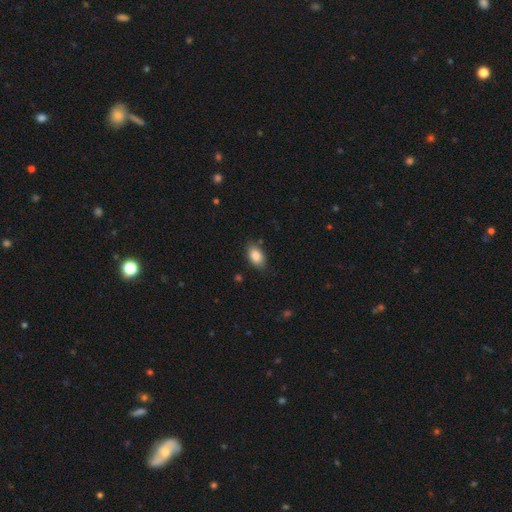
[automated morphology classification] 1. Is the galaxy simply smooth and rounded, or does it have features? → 87% smooth, 7% star or artifact, 6% featured or disk.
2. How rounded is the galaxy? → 91% in between, 7% round, 2% cigar-shaped.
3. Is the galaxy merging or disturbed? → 82% none, 13% minor disturbance, 3% major disturbance, 1% merger.